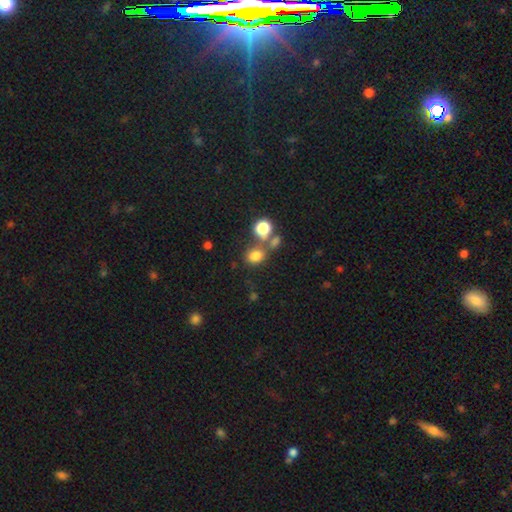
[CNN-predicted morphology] Overall: smooth (75%). How rounded: round (53%; in between 45%). Merging: none (57%; merger 25%).